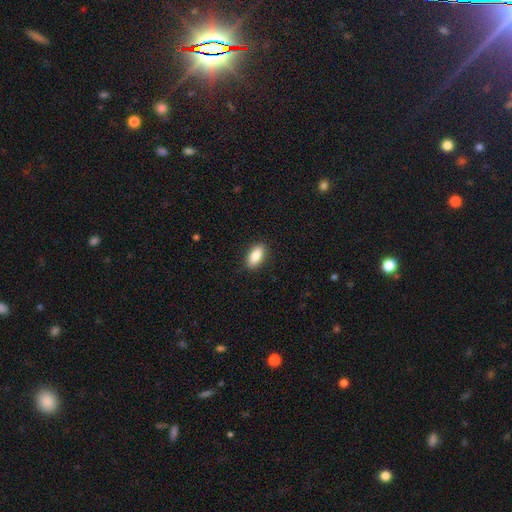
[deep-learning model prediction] A smooth galaxy with no disk features (83%) that is in between round and cigar-shaped (86%). Merging: none (89%).